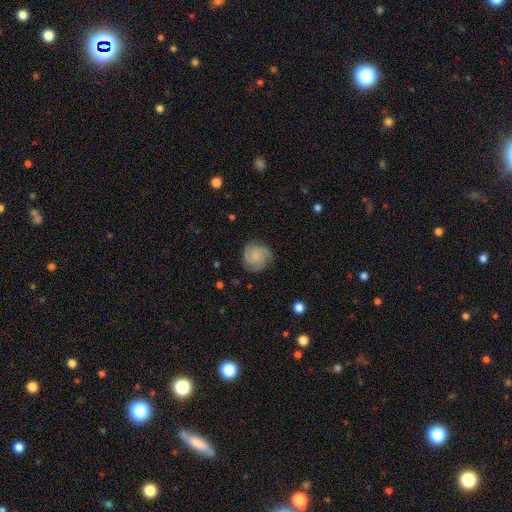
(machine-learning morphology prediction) smooth_or_featured: featured or disk (p=0.60) [alt: smooth p=0.31]
disk_edge_on: no (p=0.98) [alt: yes p=0.02]
bar: no (p=0.76) [alt: weak p=0.22]
has_spiral_arms: yes (p=0.94) [alt: no p=0.06]
spiral_winding: tight (p=0.56) [alt: medium p=0.35]
spiral_arm_count: 3 (p=0.45) [alt: can't tell p=0.19]
bulge_size: small (p=0.43) [alt: none p=0.30]
merging: none (p=0.78) [alt: minor disturbance p=0.15]